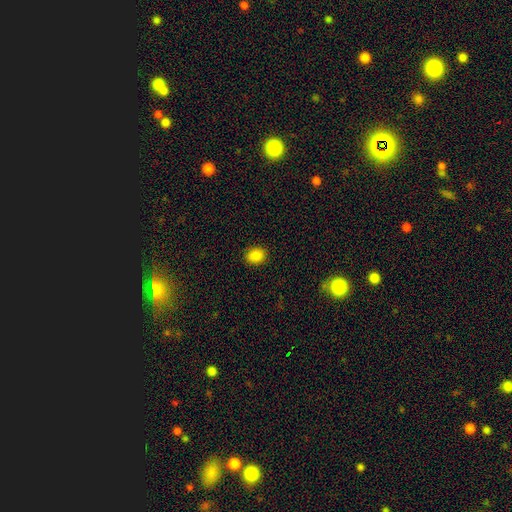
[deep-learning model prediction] A smooth galaxy with no disk features (86%) that is round (62%).

Vote fractions:
- Smooth or featured? smooth: 86% / star or artifact: 11% / featured or disk: 3%
- How rounded? round: 62% / in between: 37% / cigar-shaped: 1%
- Merging? none: 90% / minor disturbance: 7% / major disturbance: 2% / merger: 1%